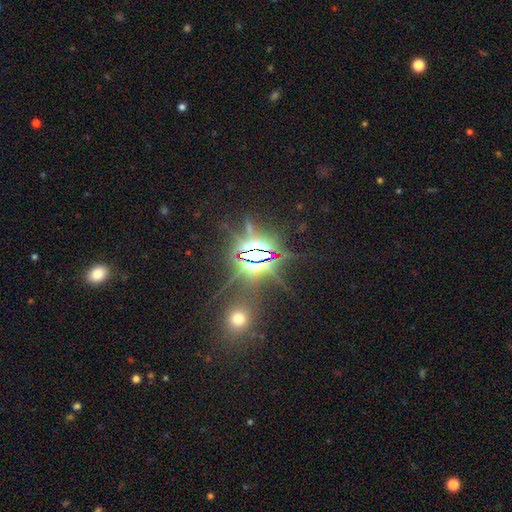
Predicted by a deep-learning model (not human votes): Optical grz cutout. It shows a star or artifact, not a galaxy (82%).